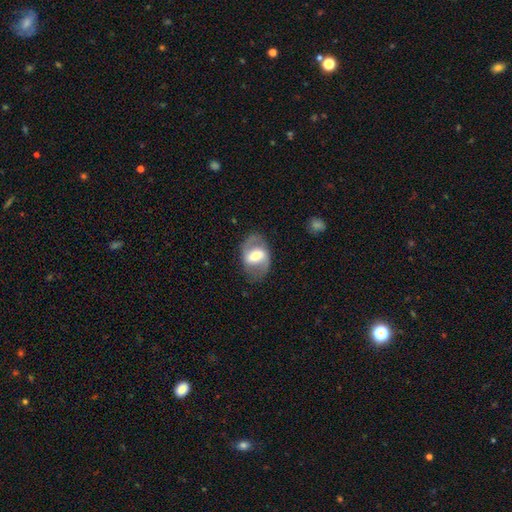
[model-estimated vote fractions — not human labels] smooth-or-featured: featured or disk: 72% | smooth: 22% | star or artifact: 6%
  disk-edge-on: no: 95% | yes: 5%
    bar: strong: 43% | weak: 38% | no: 19%
    has-spiral-arms: yes: 80% | no: 20%
      spiral-winding: medium: 49% | loose: 32% | tight: 19%
      spiral-arm-count: 2: 87% | can't tell: 7% | 1: 3% | 3: 1% | 4: 1% | more than 4: 1%
    bulge-size: moderate: 58% | small: 26% | large: 13% | dominant: 2% | none: 1%
  merging: none: 77% | minor disturbance: 14% | major disturbance: 8% | merger: 1%